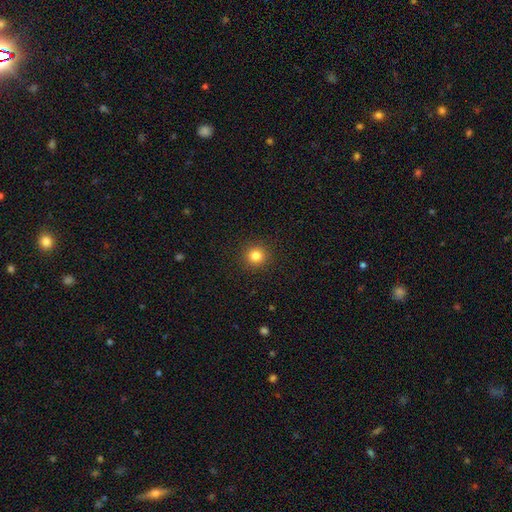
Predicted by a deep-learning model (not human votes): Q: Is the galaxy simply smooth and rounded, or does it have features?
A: smooth — 82%.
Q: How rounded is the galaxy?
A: round — 93%.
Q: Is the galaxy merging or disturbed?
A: none — 92%.